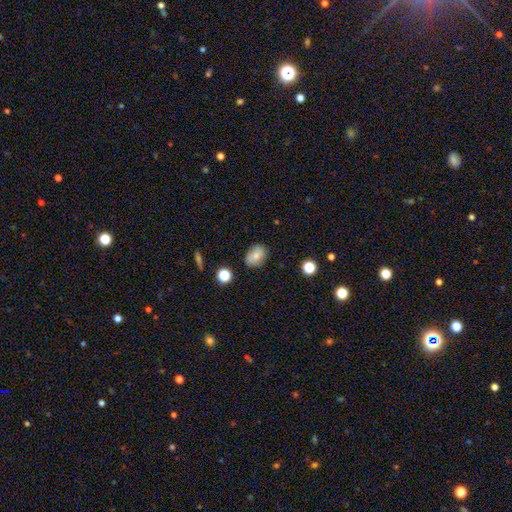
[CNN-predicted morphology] Smooth or featured?
  - smooth: 74% *
  - featured or disk: 16%
  - star or artifact: 10%
How rounded?
  - in between: 64% *
  - round: 34%
  - cigar-shaped: 1%
Merging?
  - none: 81% *
  - minor disturbance: 14%
  - major disturbance: 3%
  - merger: 2%